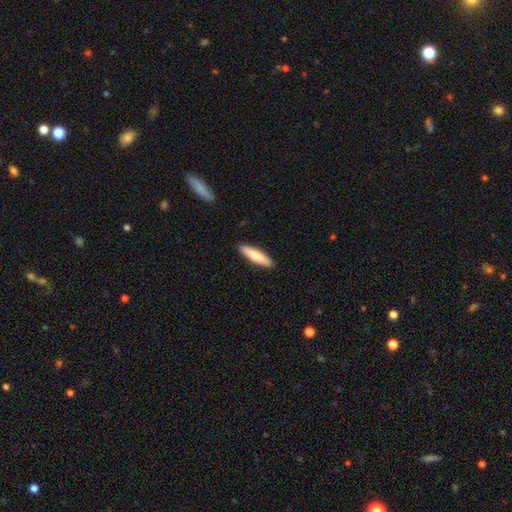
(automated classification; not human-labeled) smooth_or_featured: smooth (p=0.79) [alt: featured or disk p=0.16]
how_rounded: cigar-shaped (p=0.78) [alt: in between p=0.21]
merging: none (p=0.90) [alt: minor disturbance p=0.07]